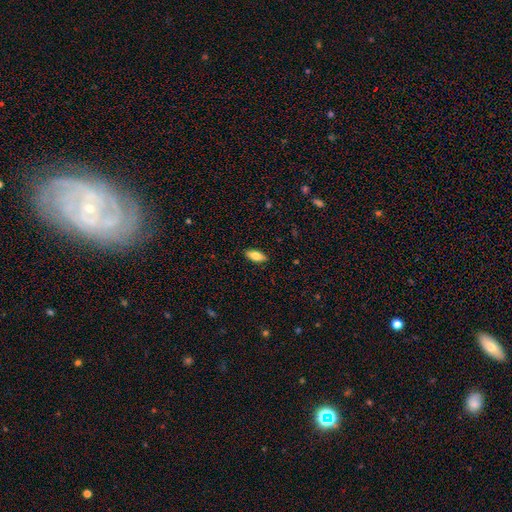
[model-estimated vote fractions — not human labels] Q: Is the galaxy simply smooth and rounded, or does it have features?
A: smooth — 79%.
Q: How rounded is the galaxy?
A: in between — 84%.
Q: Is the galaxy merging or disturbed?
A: none — 88%.